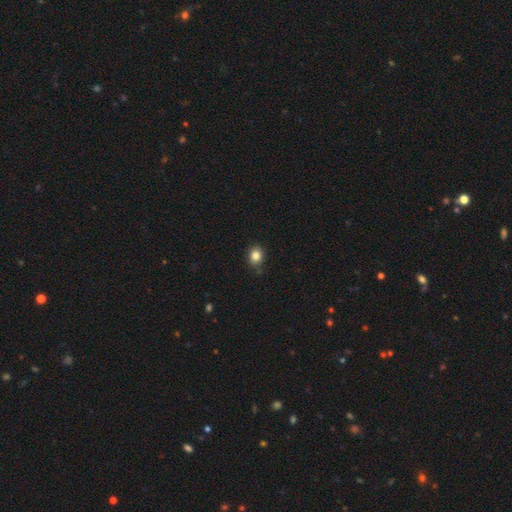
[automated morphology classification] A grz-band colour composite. It shows a smooth galaxy with no disk features (84%) that is round (64%). Merging: none (83%).